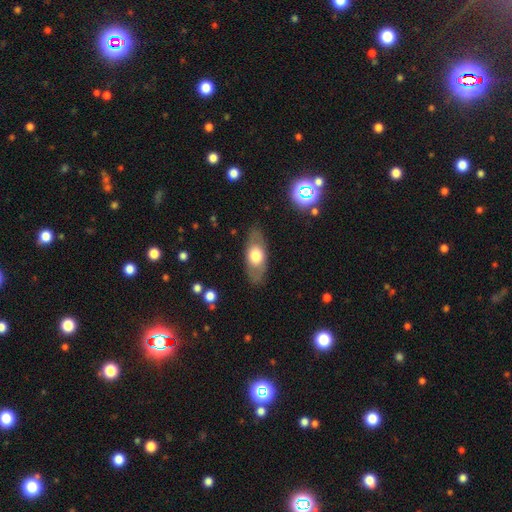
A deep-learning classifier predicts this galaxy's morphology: Overall: smooth (59%; featured or disk 35%). How rounded: in between (83%). Merging: none (84%).